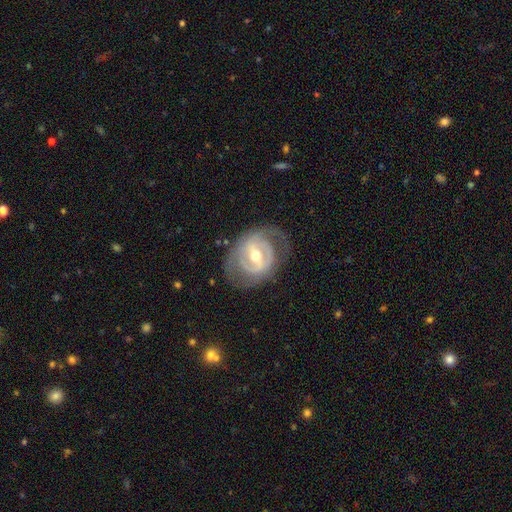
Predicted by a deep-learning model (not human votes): Smooth or featured? Predicted: featured or disk (p=0.83). Edge-on disk? Predicted: no (p=0.96). Bar? Predicted: strong (p=0.43). Spiral arms? Predicted: yes (p=0.79). Spiral winding? Predicted: tight (p=0.51). Spiral arm count? Predicted: 2 (p=0.62). Bulge size? Predicted: moderate (p=0.68). Merging? Predicted: none (p=0.68).